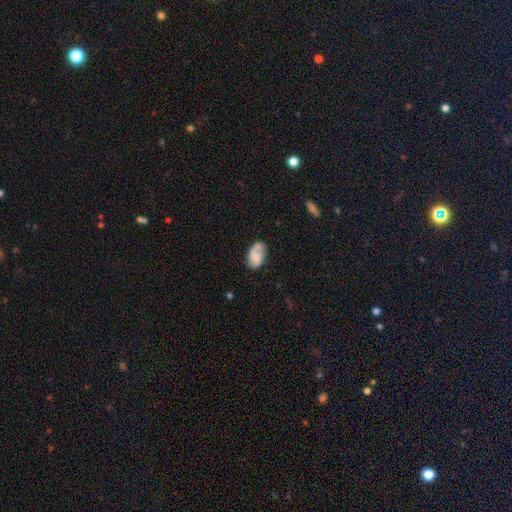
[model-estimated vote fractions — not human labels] This appears to be a smooth galaxy with no disk features (57%) that is in between round and cigar-shaped (90%). Merging: none (55%).